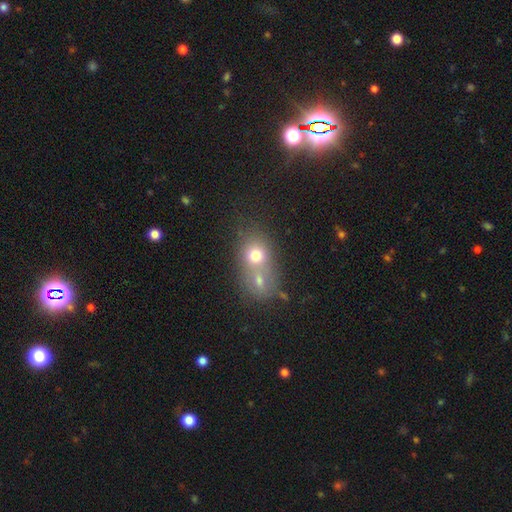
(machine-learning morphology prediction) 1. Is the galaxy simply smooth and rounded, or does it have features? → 70% smooth, 16% featured or disk, 13% star or artifact.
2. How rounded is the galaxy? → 63% round, 36% in between, 1% cigar-shaped.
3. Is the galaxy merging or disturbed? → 58% merger, 31% none, 8% minor disturbance, 4% major disturbance.